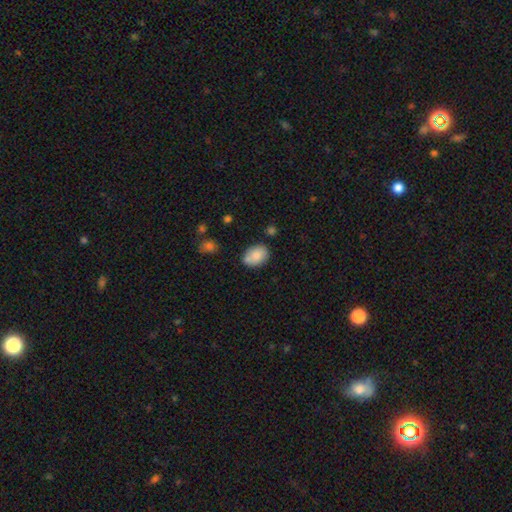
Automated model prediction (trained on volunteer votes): Overall: smooth (83%). How rounded: in between (77%). Merging: none (64%).